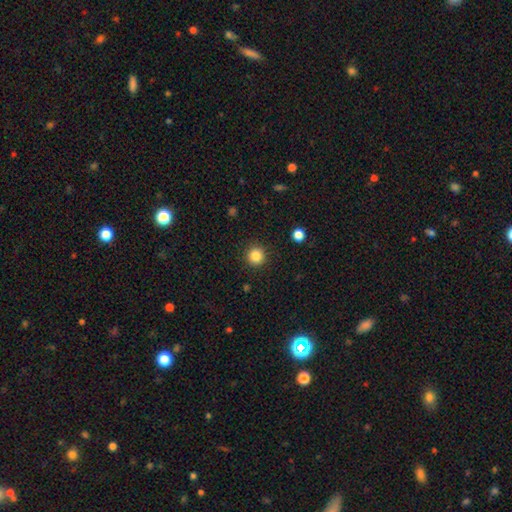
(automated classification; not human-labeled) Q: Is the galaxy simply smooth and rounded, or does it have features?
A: smooth — 85%.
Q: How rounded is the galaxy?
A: round — 95%.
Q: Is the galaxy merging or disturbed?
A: none — 91%.